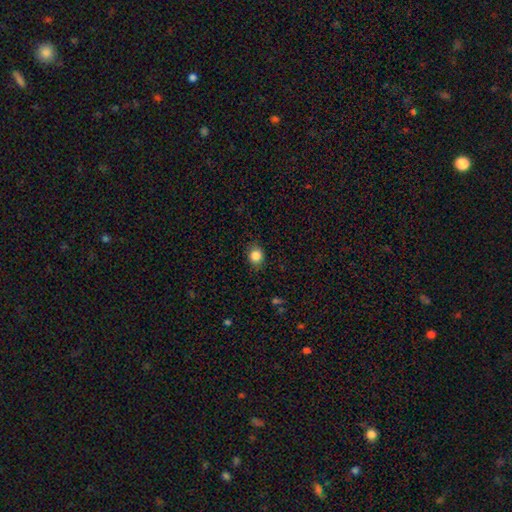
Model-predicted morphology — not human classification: type=smooth (85%); roundness=round (61%); merging=none (84%).